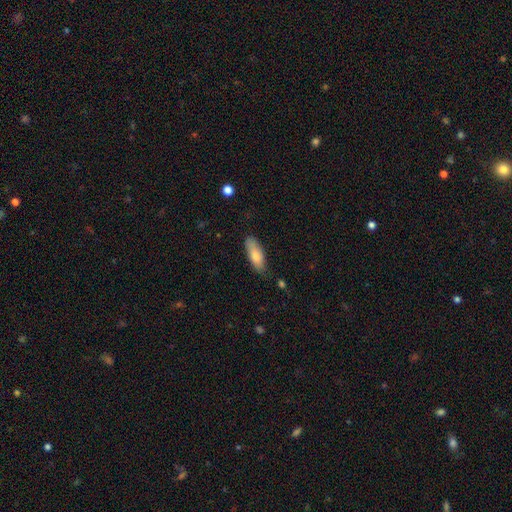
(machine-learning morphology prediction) A smooth galaxy with no disk features (78%) that is in between round and cigar-shaped (72%). Merging: none (72%).